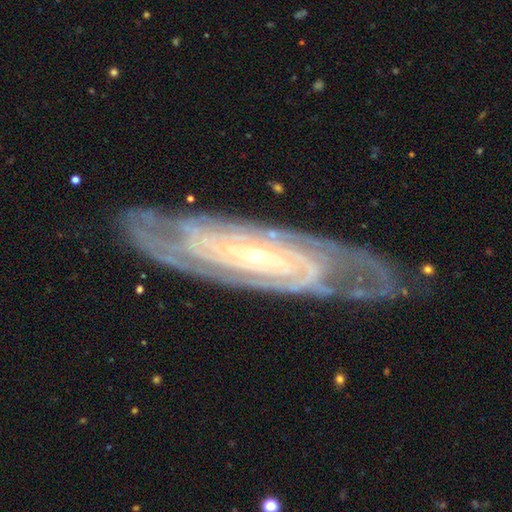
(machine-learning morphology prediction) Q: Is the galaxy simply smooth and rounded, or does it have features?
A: featured or disk — 89%.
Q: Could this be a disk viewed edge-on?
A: no — 85%.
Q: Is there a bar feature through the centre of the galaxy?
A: no — 66%.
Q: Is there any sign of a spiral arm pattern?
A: yes — 96%.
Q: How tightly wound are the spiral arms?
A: tight — 77%.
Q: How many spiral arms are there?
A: can't tell — 35%.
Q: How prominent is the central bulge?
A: small — 83%.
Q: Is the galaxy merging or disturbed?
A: none — 78%.